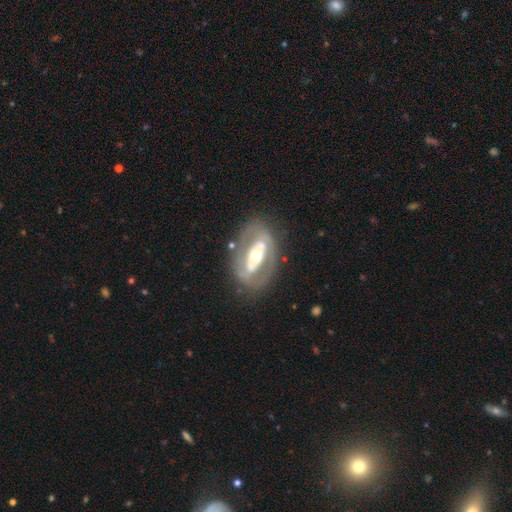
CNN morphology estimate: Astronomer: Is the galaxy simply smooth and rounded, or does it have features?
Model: featured or disk — 74%.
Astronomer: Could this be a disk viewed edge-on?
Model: no — 90%.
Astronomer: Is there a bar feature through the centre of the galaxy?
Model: no — 40% (runner-up: strong, 39%).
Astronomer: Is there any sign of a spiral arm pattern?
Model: no — 64%.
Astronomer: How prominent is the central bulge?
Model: moderate — 67%.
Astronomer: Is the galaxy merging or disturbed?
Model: none — 72%.